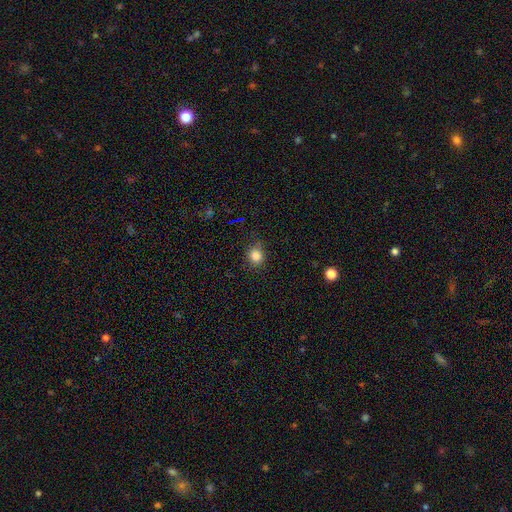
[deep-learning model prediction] This is clearly a smooth galaxy (83%). How rounded: clearly round (83%). Merging: clearly none (83%).